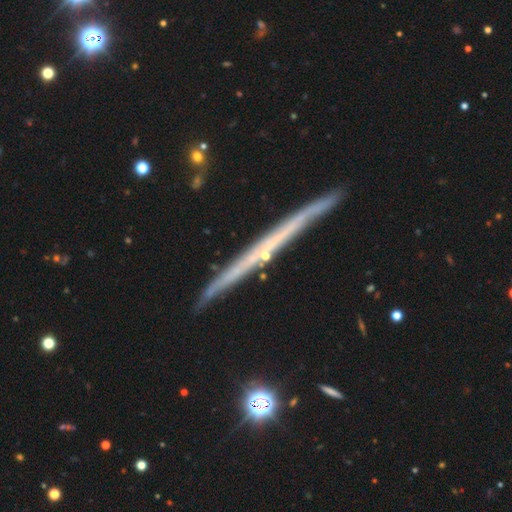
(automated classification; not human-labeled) smooth_or_featured: featured or disk (p=0.64) [alt: smooth p=0.29]
disk_edge_on: yes (p=0.96) [alt: no p=0.04]
edge_on_bulge: none (p=0.82) [alt: rounded p=0.14]
merging: none (p=0.81) [alt: minor disturbance p=0.12]